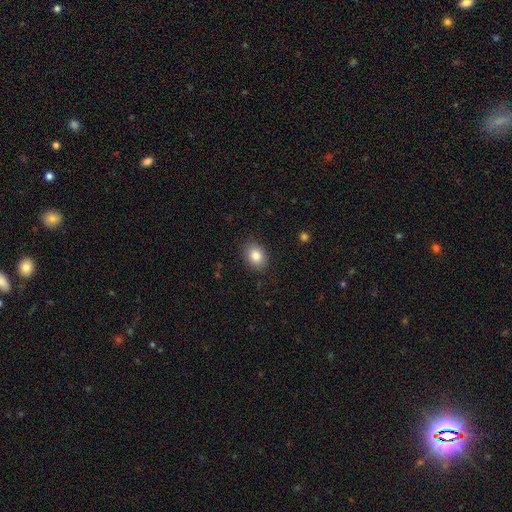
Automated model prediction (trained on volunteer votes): smooth-or-featured: smooth: 84% | star or artifact: 9% | featured or disk: 7%
  how-rounded: in between: 64% | round: 35% | cigar-shaped: 1%
  merging: none: 87% | minor disturbance: 9% | major disturbance: 3% | merger: 1%